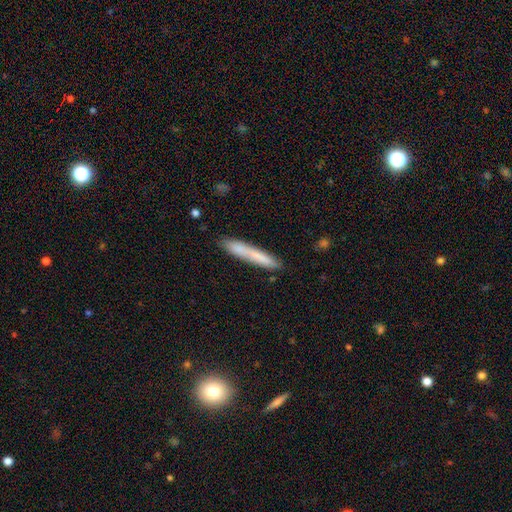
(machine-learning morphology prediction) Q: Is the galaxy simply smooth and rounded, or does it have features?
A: smooth — 75%.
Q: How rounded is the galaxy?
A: cigar-shaped — 95%.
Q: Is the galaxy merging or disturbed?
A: none — 81%.